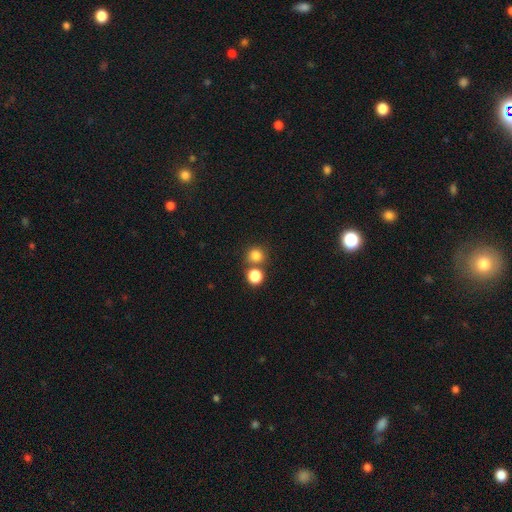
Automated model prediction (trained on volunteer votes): Smooth or featured? smooth (81%)
How rounded? round (87%)
Merging? none (64%)